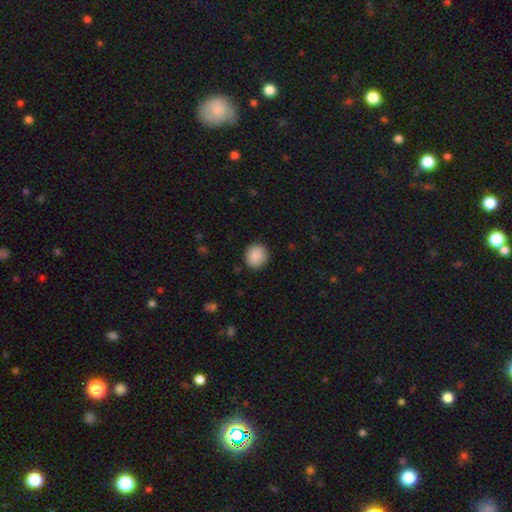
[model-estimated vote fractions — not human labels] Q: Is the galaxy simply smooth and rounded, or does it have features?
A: smooth — 90%.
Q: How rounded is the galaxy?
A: round — 86%.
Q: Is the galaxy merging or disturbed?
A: none — 90%.